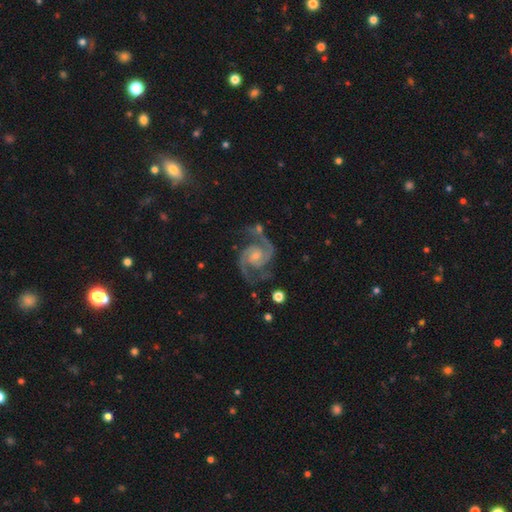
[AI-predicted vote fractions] smooth_or_featured: featured or disk (p=0.94) [alt: star or artifact p=0.04]
disk_edge_on: no (p=0.98) [alt: yes p=0.02]
bar: no (p=0.56) [alt: weak p=0.35]
has_spiral_arms: yes (p=0.99) [alt: no p=0.01]
spiral_winding: medium (p=0.62) [alt: tight p=0.27]
spiral_arm_count: 2 (p=0.93) [alt: 3 p=0.02]
bulge_size: small (p=0.54) [alt: moderate p=0.35]
merging: none (p=0.72) [alt: minor disturbance p=0.16]